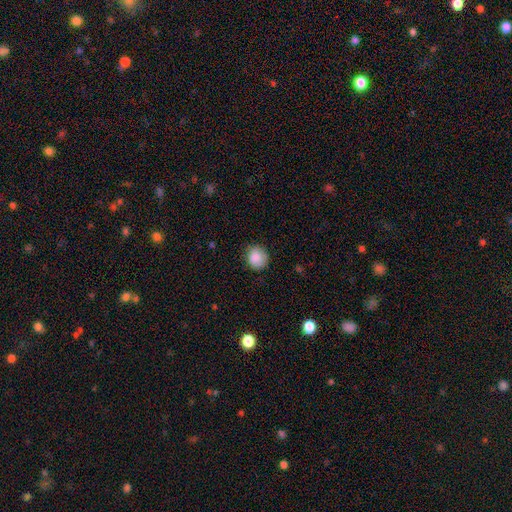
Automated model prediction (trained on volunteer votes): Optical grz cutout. It shows a smooth galaxy with no disk features (87%) that is round (85%). Merging: none (77%).